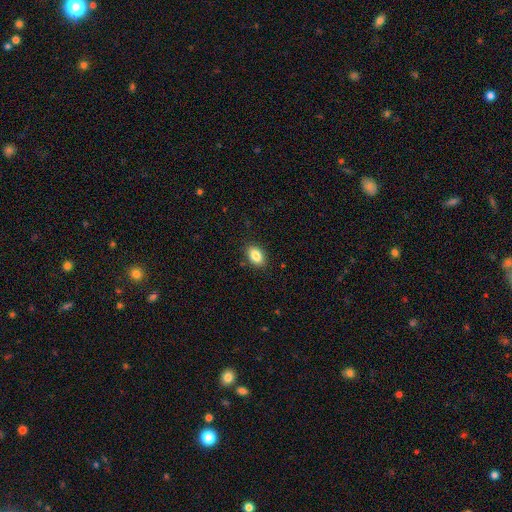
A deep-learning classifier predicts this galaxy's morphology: This appears to be a smooth galaxy with no disk features (85%) that is in between round and cigar-shaped (85%). Merging: none (87%).